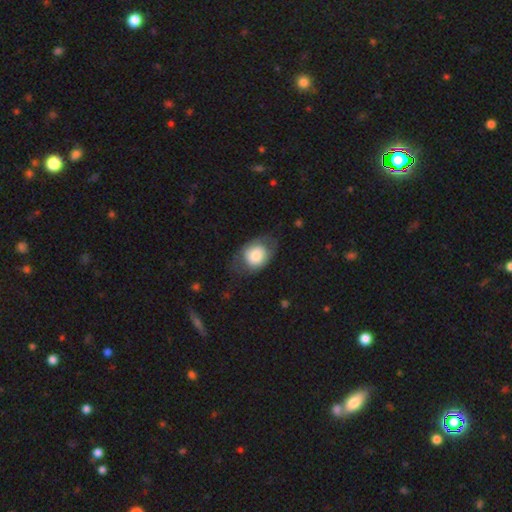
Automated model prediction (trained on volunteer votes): Smooth or featured?
  - smooth: 71% *
  - featured or disk: 22%
  - star or artifact: 7%
How rounded?
  - in between: 61% *
  - round: 38%
  - cigar-shaped: 1%
Merging?
  - none: 56% *
  - minor disturbance: 27%
  - major disturbance: 16%
  - merger: 1%